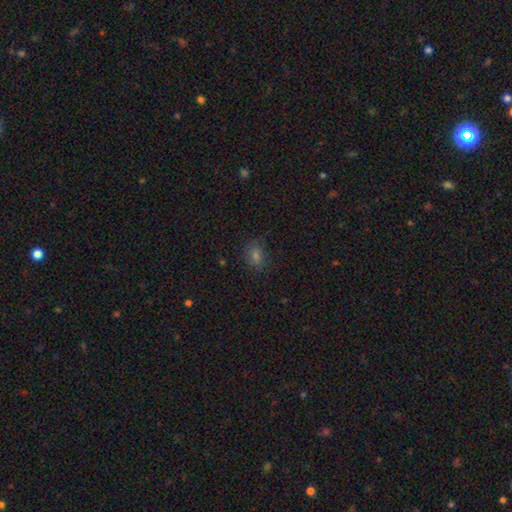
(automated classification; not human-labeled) smooth_or_featured: smooth (p=0.67) [alt: star or artifact p=0.24]
how_rounded: round (p=0.50) [alt: in between p=0.48]
merging: none (p=0.79) [alt: minor disturbance p=0.15]